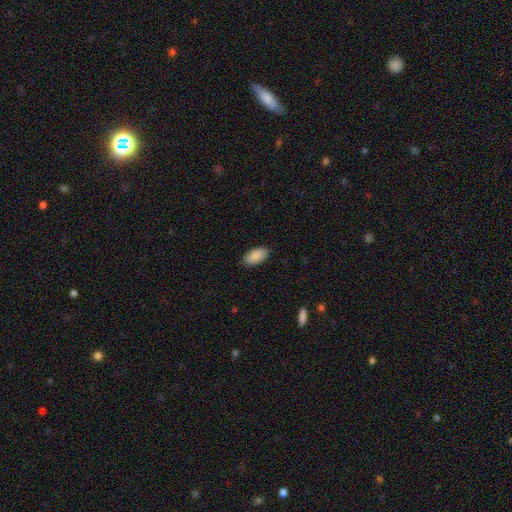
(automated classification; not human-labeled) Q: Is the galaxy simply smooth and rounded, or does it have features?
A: smooth — 89%.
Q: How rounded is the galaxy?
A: in between — 95%.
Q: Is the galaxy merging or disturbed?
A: none — 88%.